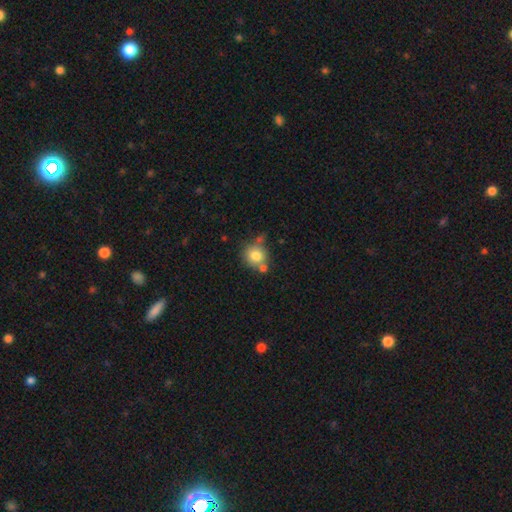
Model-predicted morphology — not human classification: Q: Smooth or featured?
A: smooth (78%); runner-up: featured or disk (12%)
Q: How rounded?
A: round (85%); runner-up: in between (14%)
Q: Merging?
A: none (59%); runner-up: merger (21%)